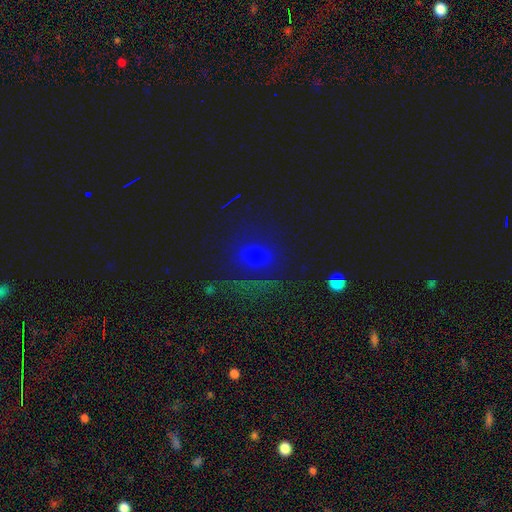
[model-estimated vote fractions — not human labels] A smooth galaxy with no disk features (53%) that is round (66%). Merging: none (67%).